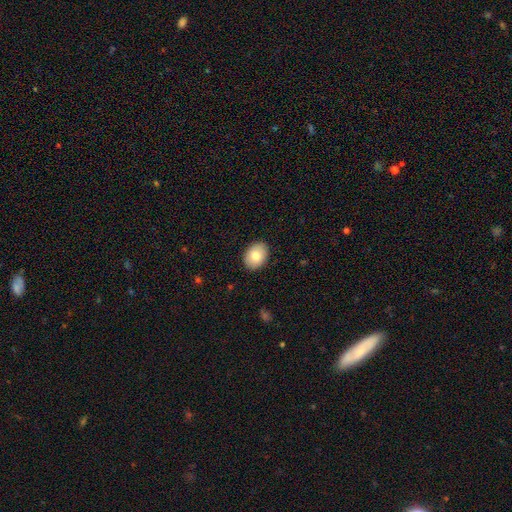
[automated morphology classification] This is likely a smooth galaxy (80%). How rounded: likely in between (73%). Merging: clearly none (89%).